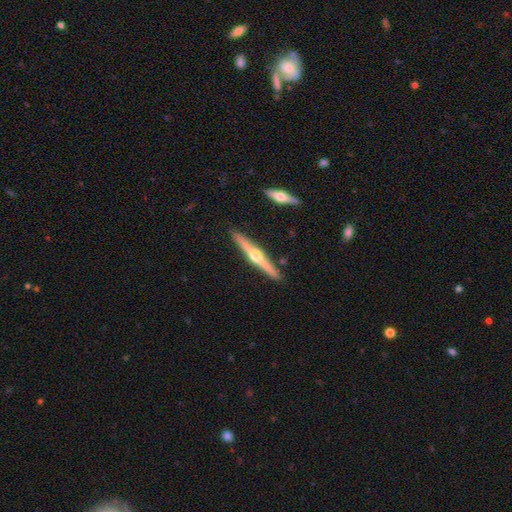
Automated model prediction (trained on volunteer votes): A featured or disk galaxy (78%) viewed edge-on (98%) with a rounded central bulge (95%). Merging: none (91%).